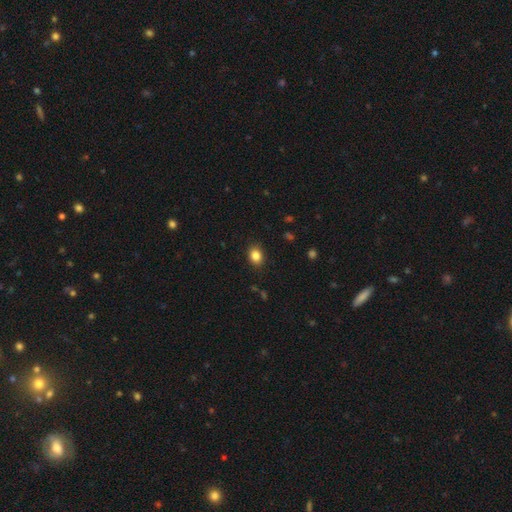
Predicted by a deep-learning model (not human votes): The model was most divided on "how rounded": in between: 53%, round: 46%, cigar-shaped: 1%. More confident: merging — none (88%); smooth or featured — smooth (85%).